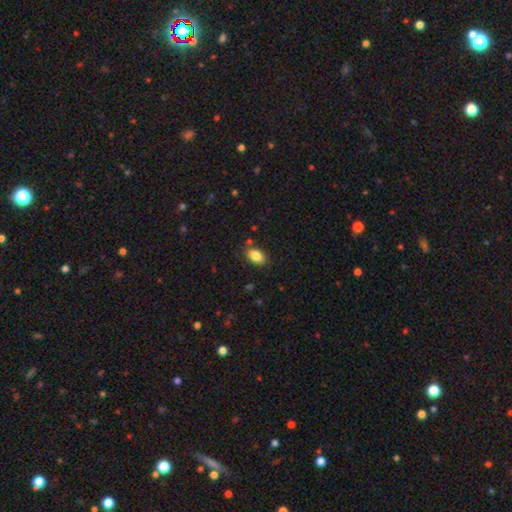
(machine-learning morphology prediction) This is clearly a smooth galaxy (85%). How rounded: clearly in between (86%). Merging: clearly none (83%).